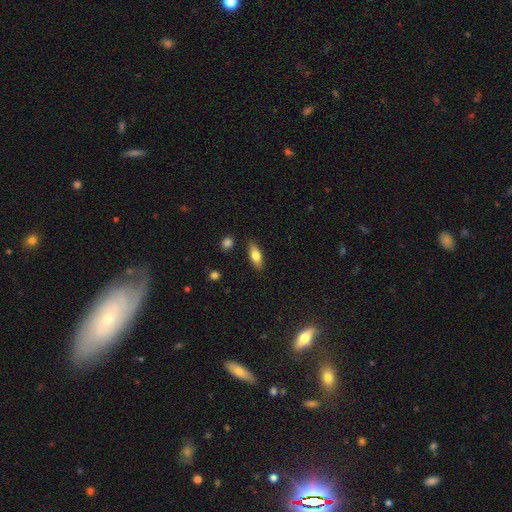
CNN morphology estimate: Overall: smooth (74%). How rounded: in between (72%). Merging: none (84%).